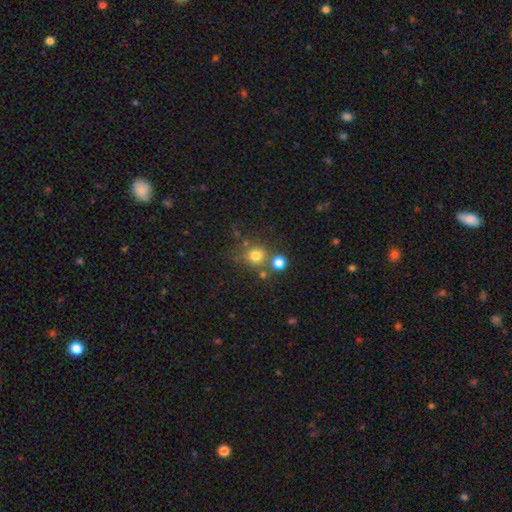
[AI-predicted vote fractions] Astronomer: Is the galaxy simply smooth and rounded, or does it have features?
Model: smooth — 76%.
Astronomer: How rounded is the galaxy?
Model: round — 88%.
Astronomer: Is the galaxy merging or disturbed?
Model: none — 66%.